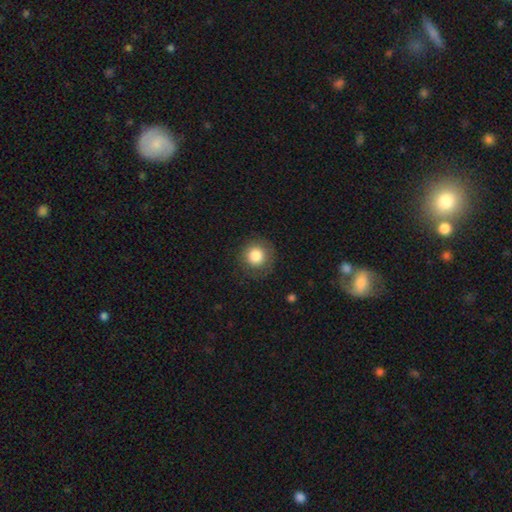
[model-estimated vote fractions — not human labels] smooth-or-featured: smooth: 83% | star or artifact: 10% | featured or disk: 8%
  how-rounded: round: 94% | in between: 5% | cigar-shaped: 1%
  merging: none: 84% | minor disturbance: 10% | major disturbance: 4% | merger: 1%